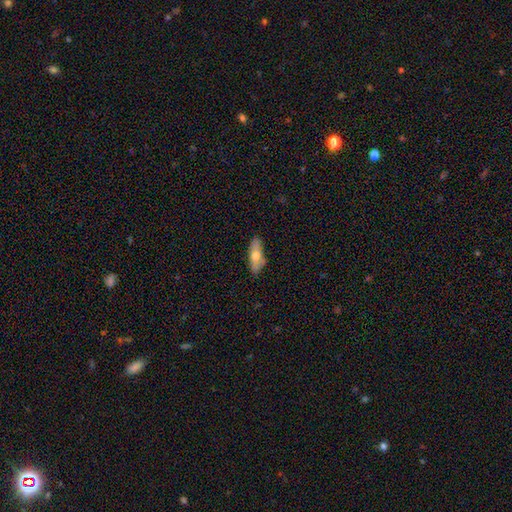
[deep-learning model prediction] The model was most divided on "smooth or featured": smooth: 64%, featured or disk: 30%, star or artifact: 6%. More confident: merging — none (83%); how rounded — in between (71%).